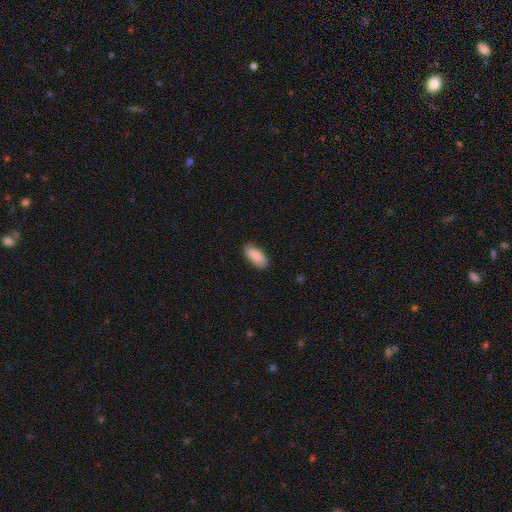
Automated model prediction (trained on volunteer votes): smooth 88%, star or artifact 6%, featured or disk 6%. Down the decision tree: how rounded — in between (85%); merging — none (83%).